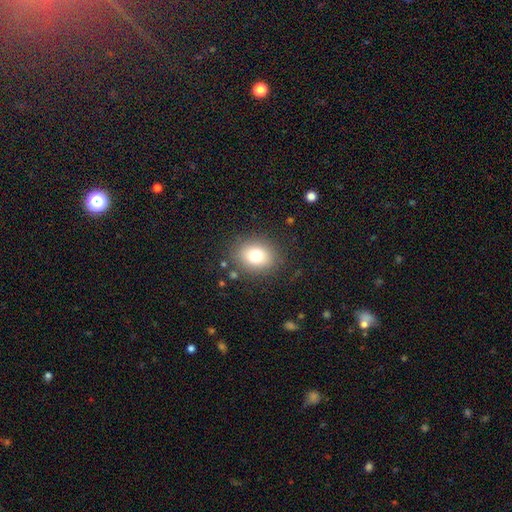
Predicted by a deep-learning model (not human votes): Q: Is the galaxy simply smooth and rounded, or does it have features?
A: smooth — 76%.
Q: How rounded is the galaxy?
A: round — 60%.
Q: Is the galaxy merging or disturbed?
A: none — 85%.